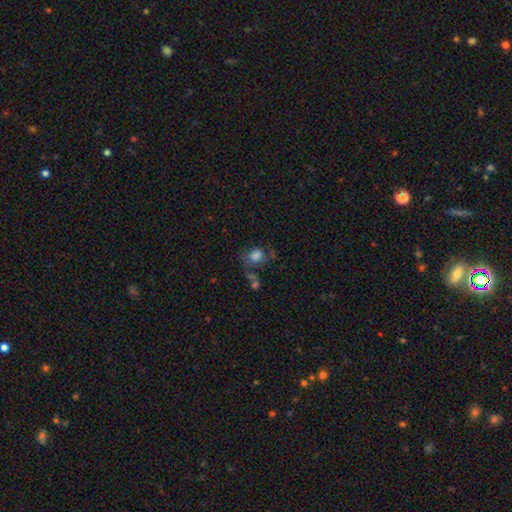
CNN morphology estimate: smooth_or_featured: smooth (p=0.72) [alt: featured or disk p=0.16]
how_rounded: round (p=0.58) [alt: in between p=0.40]
merging: none (p=0.40) [alt: minor disturbance p=0.24]